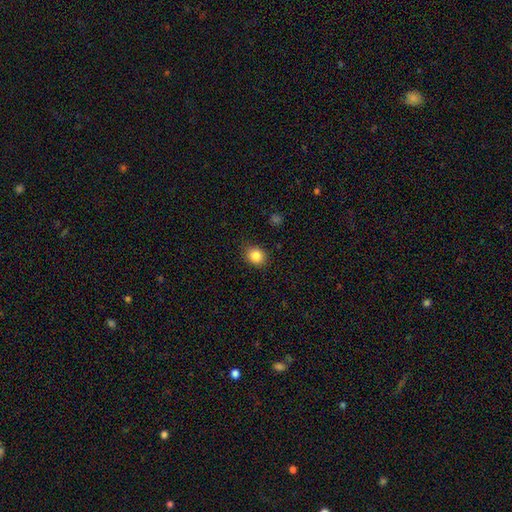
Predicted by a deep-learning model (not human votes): The model was most divided on "how rounded": round: 67%, in between: 32%, cigar-shaped: 1%. More confident: merging — none (86%); smooth or featured — smooth (84%).